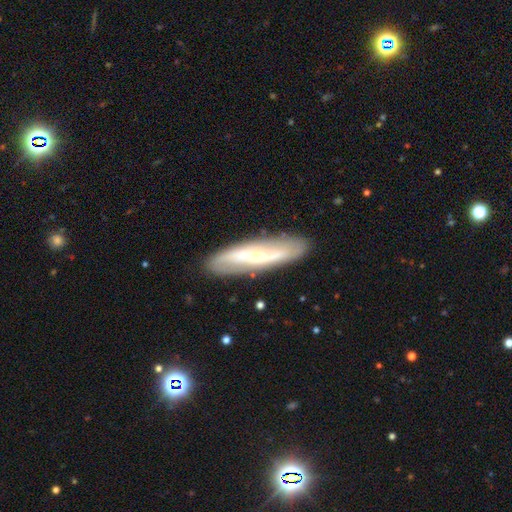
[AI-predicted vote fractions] Smooth or featured? Predicted: featured or disk (p=0.65). Edge-on disk? Predicted: no (p=0.67). Merging? Predicted: none (p=0.83).